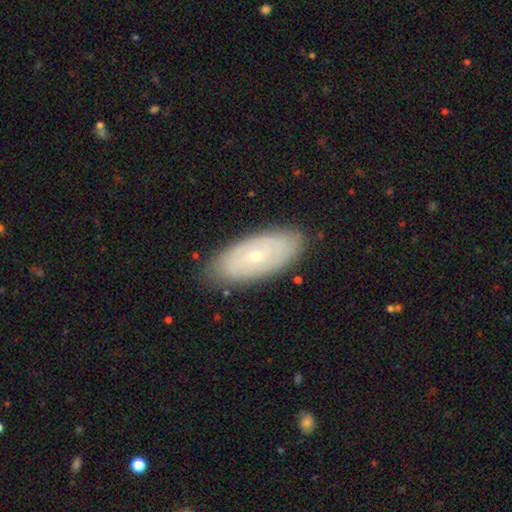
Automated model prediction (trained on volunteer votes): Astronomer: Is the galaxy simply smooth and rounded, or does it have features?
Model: featured or disk — 56% (runner-up: smooth, 37%).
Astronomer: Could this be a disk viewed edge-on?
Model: no — 86%.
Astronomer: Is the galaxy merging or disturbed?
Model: none — 83%.